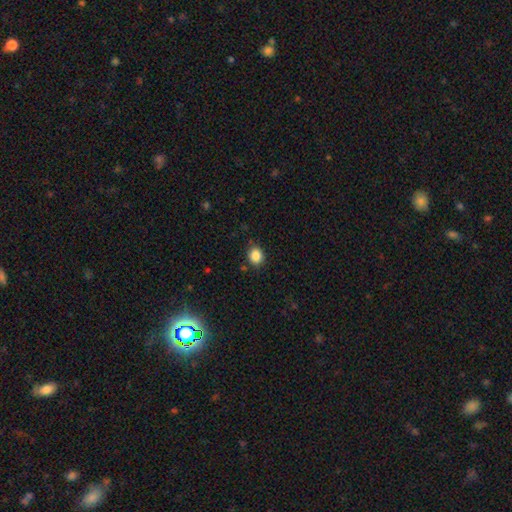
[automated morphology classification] A smooth galaxy with no disk features (85%) that is round (66%).

Vote fractions:
- Smooth or featured? smooth: 85% / star or artifact: 10% / featured or disk: 4%
- How rounded? round: 66% / in between: 33% / cigar-shaped: 1%
- Merging? none: 85% / minor disturbance: 11% / major disturbance: 3% / merger: 2%